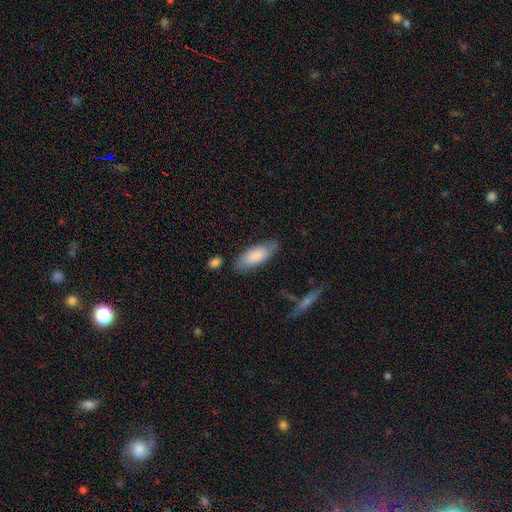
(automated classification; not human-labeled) Smooth or featured? Predicted: smooth (p=0.82). How rounded? Predicted: in between (p=0.78). Merging? Predicted: none (p=0.76).